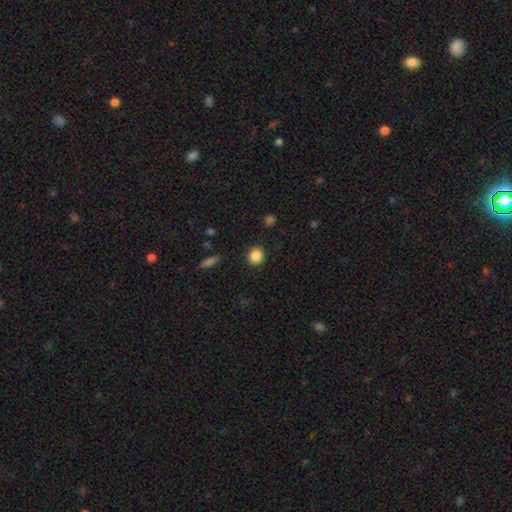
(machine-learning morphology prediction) The model was most divided on "how rounded": round: 81%, in between: 18%, cigar-shaped: 1%. More confident: merging — none (90%); smooth or featured — smooth (87%).